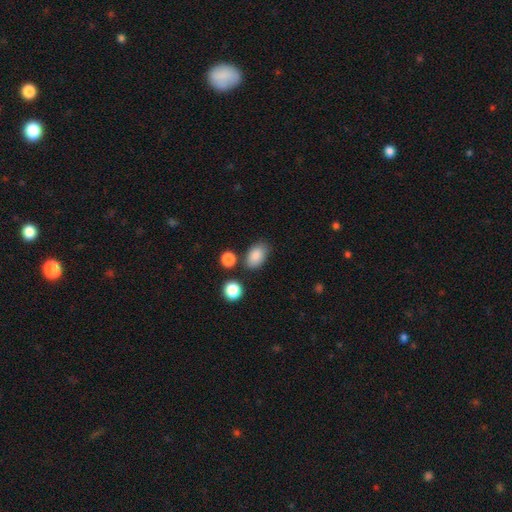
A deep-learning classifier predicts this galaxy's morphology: Q: Smooth or featured?
A: smooth (85%); runner-up: star or artifact (8%)
Q: How rounded?
A: in between (89%); runner-up: round (10%)
Q: Merging?
A: none (76%); runner-up: minor disturbance (14%)